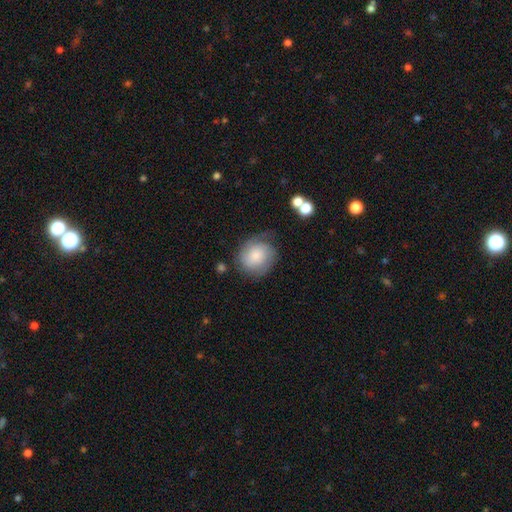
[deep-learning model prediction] Smooth or featured? smooth (52%)
How rounded? round (76%)
Merging? none (63%)